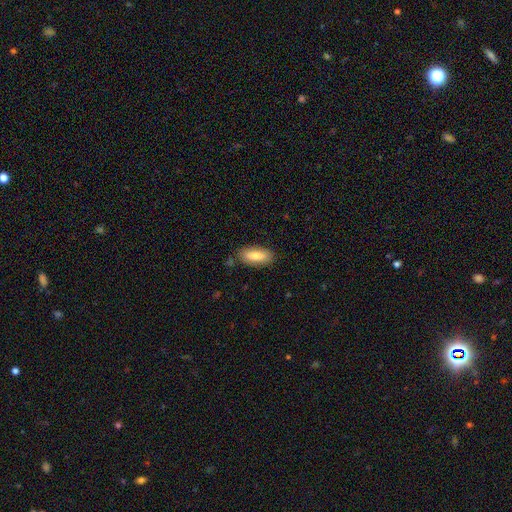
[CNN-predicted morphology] A smooth galaxy with no disk features (78%) that is in between round and cigar-shaped (81%).

Vote fractions:
- Smooth or featured? smooth: 78% / featured or disk: 16% / star or artifact: 6%
- How rounded? in between: 81% / cigar-shaped: 17% / round: 2%
- Merging? none: 83% / minor disturbance: 12% / major disturbance: 3% / merger: 2%